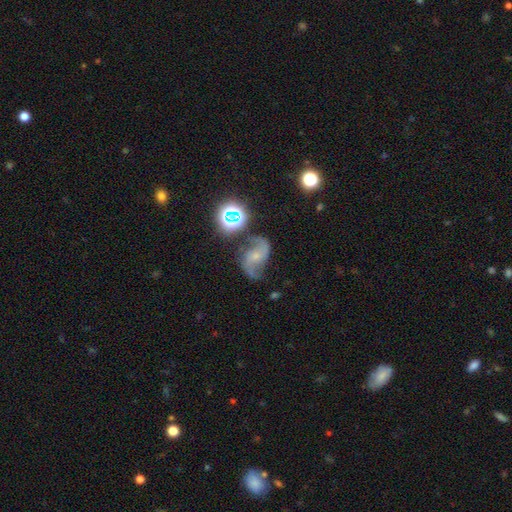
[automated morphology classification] A featured or disk galaxy (80%) with no bar (57%), 2 (92%) loose (59%) spiral arms (96%) and a small central bulge (63%).

Vote fractions:
- Smooth or featured? featured or disk: 80% / star or artifact: 11% / smooth: 9%
- Edge-on disk? no: 97% / yes: 3%
- Bar? no: 57% / weak: 33% / strong: 11%
- Spiral arms? yes: 96% / no: 4%
- Spiral winding? loose: 59% / medium: 33% / tight: 8%
- Spiral arm count? 2: 92% / can't tell: 3% / 1: 2% / 3: 1% / 4: 1% / more than 4: 1%
- Bulge size? small: 63% / moderate: 27% / none: 7% / large: 2% / dominant: 1%
- Merging? none: 64% / minor disturbance: 20% / major disturbance: 11% / merger: 6%